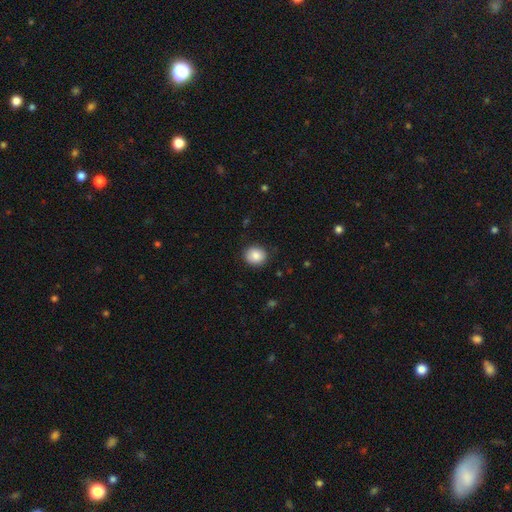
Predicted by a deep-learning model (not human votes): This is clearly a smooth galaxy (86%). How rounded: likely round (77%). Merging: clearly none (88%).